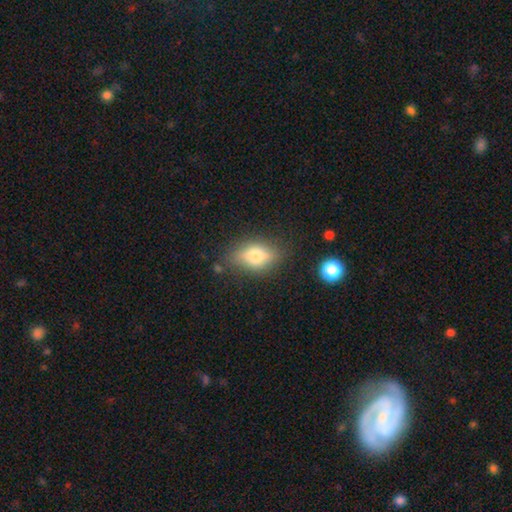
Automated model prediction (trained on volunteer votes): Smooth or featured?
  - smooth: 60% *
  - featured or disk: 30%
  - star or artifact: 9%
How rounded?
  - in between: 78% *
  - round: 14%
  - cigar-shaped: 8%
Merging?
  - none: 75% *
  - minor disturbance: 18%
  - major disturbance: 5%
  - merger: 2%